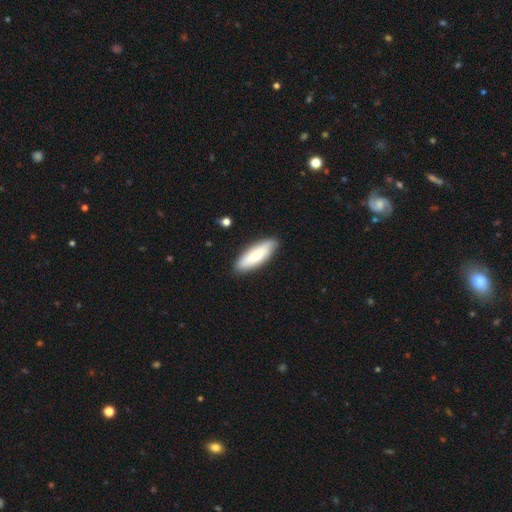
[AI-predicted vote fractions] A smooth galaxy with no disk features (71%) that is in between round and cigar-shaped (62%).

Vote fractions:
- Smooth or featured? smooth: 71% / featured or disk: 24% / star or artifact: 5%
- How rounded? in between: 62% / cigar-shaped: 36% / round: 2%
- Merging? none: 87% / minor disturbance: 10% / major disturbance: 2% / merger: 1%